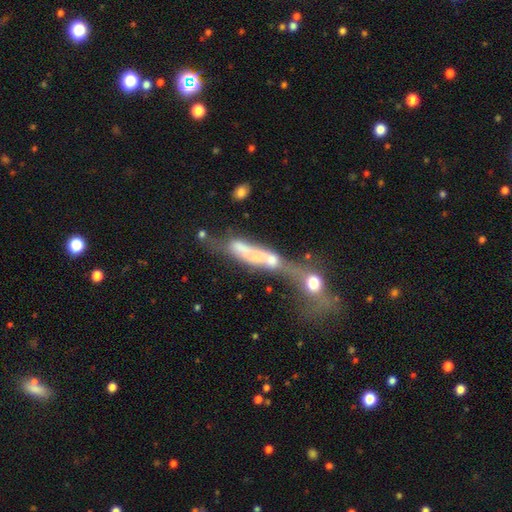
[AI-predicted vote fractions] smooth-or-featured: featured or disk: 49% | smooth: 38% | star or artifact: 13%
  merging: merger: 57% | major disturbance: 18% | none: 15% | minor disturbance: 9%